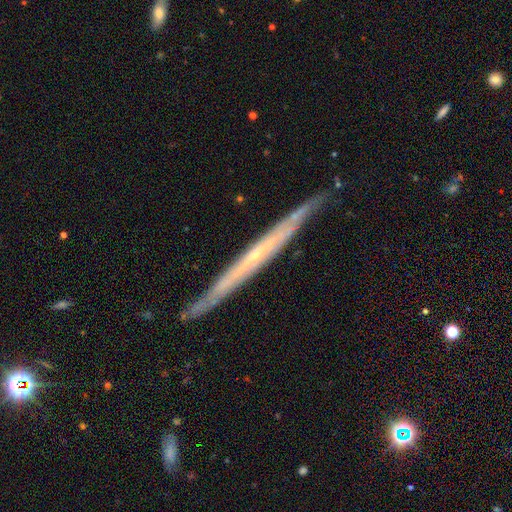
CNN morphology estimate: Q: Smooth or featured?
A: featured or disk (76%); runner-up: smooth (18%)
Q: Edge-on disk?
A: yes (94%); runner-up: no (6%)
Q: Edge-on bulge?
A: none (66%); runner-up: rounded (31%)
Q: Merging?
A: none (84%); runner-up: minor disturbance (13%)